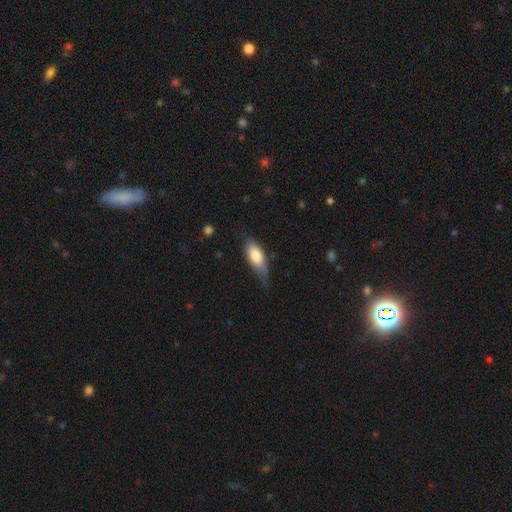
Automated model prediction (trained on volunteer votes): Smooth or featured? Predicted: smooth (p=0.78). How rounded? Predicted: in between (p=0.77). Merging? Predicted: none (p=0.51).